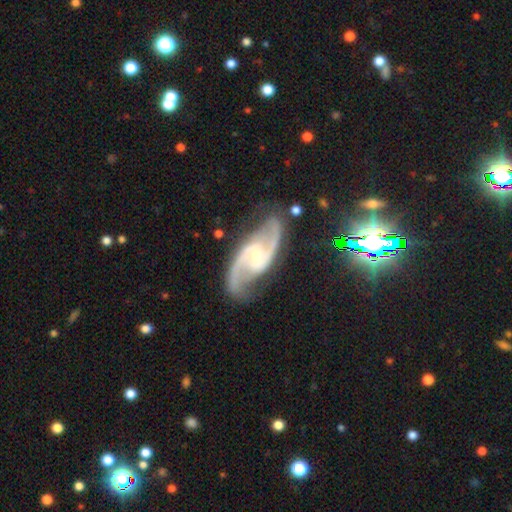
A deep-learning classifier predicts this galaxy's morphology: A featured or disk galaxy (92%) with no bar (44%), 2 (94%) medium (55%) spiral arms (98%) and a small central bulge (69%). Merging: none (80%).